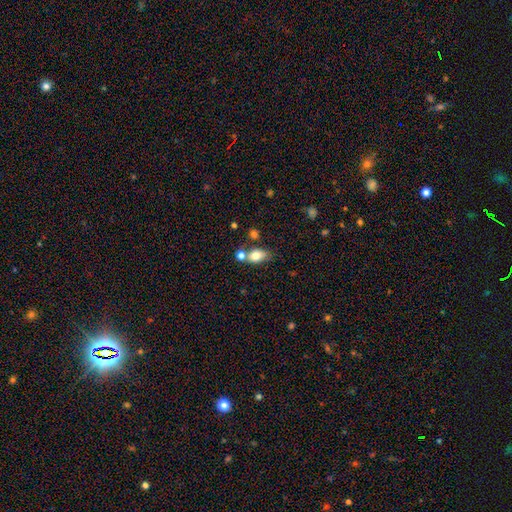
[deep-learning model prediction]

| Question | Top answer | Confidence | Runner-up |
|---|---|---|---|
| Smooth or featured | smooth | 79% | featured or disk (12%) |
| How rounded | in between | 82% | round (15%) |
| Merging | none | 53% | merger (28%) |